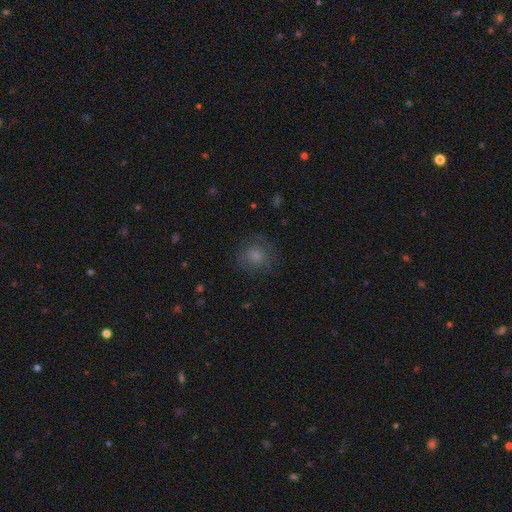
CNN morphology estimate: Smooth or featured? Predicted: smooth (p=0.78). How rounded? Predicted: round (p=0.87). Merging? Predicted: none (p=0.77).